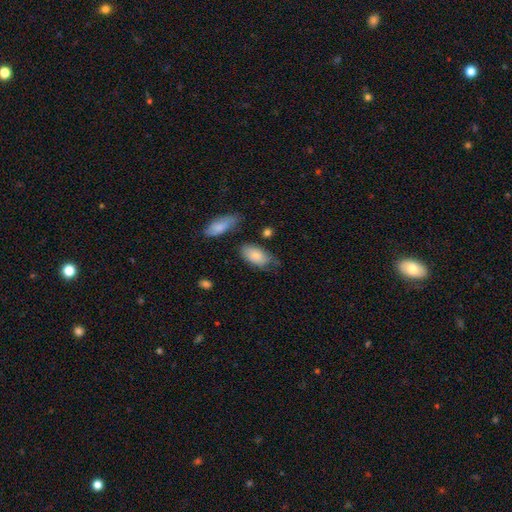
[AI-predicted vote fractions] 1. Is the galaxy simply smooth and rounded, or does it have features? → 80% smooth, 14% featured or disk, 6% star or artifact.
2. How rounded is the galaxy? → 93% in between, 4% round, 3% cigar-shaped.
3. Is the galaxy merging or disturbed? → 59% none, 28% minor disturbance, 8% major disturbance, 5% merger.